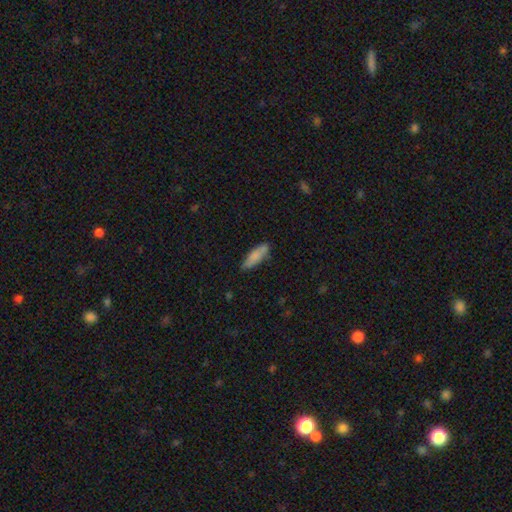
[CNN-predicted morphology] smooth_or_featured: smooth (p=0.79) [alt: featured or disk p=0.14]
how_rounded: cigar-shaped (p=0.52) [alt: in between p=0.46]
merging: none (p=0.70) [alt: minor disturbance p=0.21]